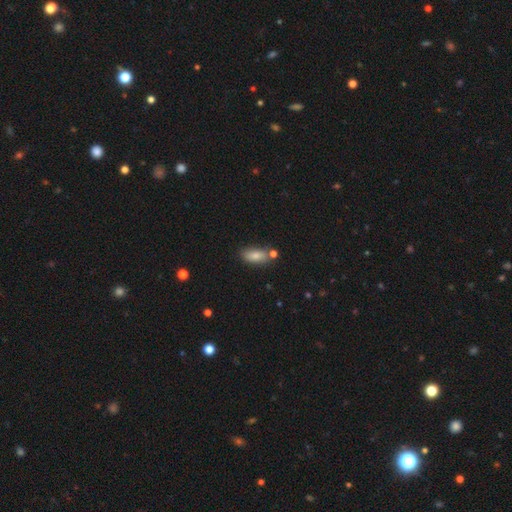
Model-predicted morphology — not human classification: This is clearly a smooth galaxy (81%). How rounded: clearly in between (82%). Merging: likely none (68%).